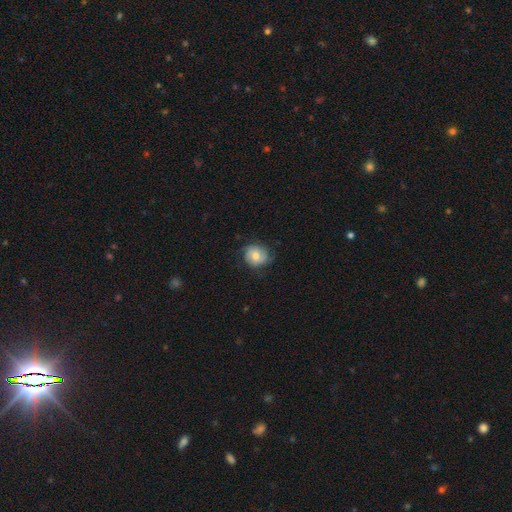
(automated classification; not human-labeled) Smooth or featured? Predicted: smooth (p=0.51). How rounded? Predicted: round (p=0.78). Merging? Predicted: none (p=0.70).